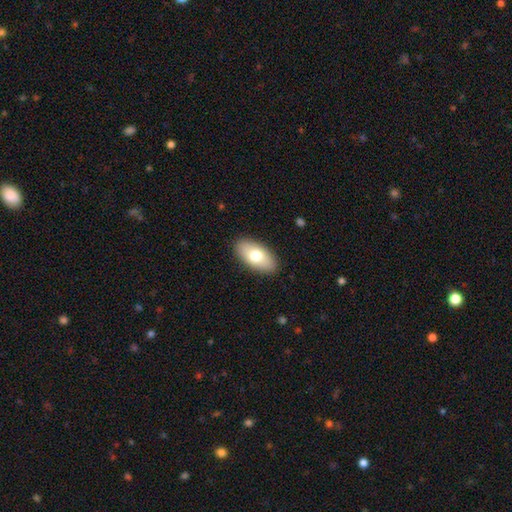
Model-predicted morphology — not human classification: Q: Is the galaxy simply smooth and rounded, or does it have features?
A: smooth — 74%.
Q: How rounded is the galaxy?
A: in between — 93%.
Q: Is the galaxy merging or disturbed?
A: none — 89%.